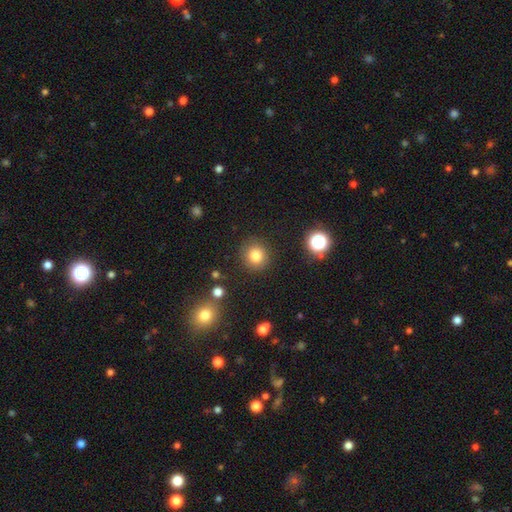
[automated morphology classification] Smooth or featured? Predicted: smooth (p=0.81). How rounded? Predicted: round (p=0.90). Merging? Predicted: none (p=0.88).